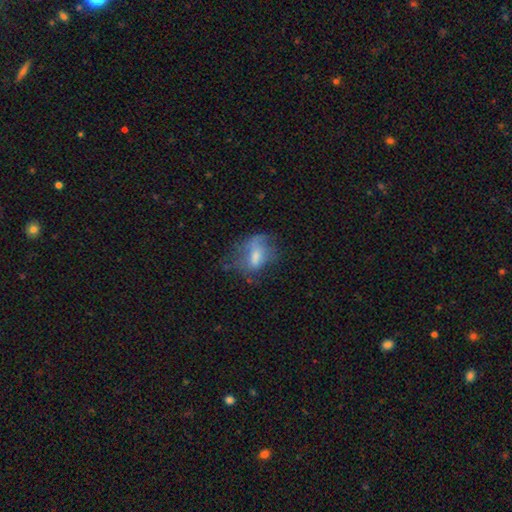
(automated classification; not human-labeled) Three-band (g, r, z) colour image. It shows a smooth galaxy with no disk features (51%) that is in between round and cigar-shaped (75%). Merging: major disturbance (37%).